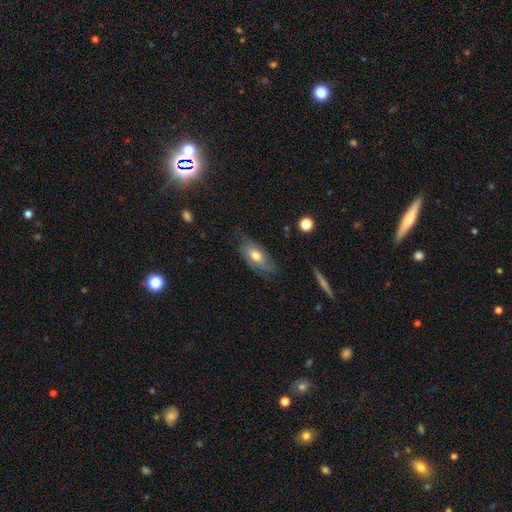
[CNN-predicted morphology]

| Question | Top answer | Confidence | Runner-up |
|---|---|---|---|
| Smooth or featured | smooth | 51% | featured or disk (42%) |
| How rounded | in between | 85% | cigar-shaped (11%) |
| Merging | none | 64% | minor disturbance (25%) |